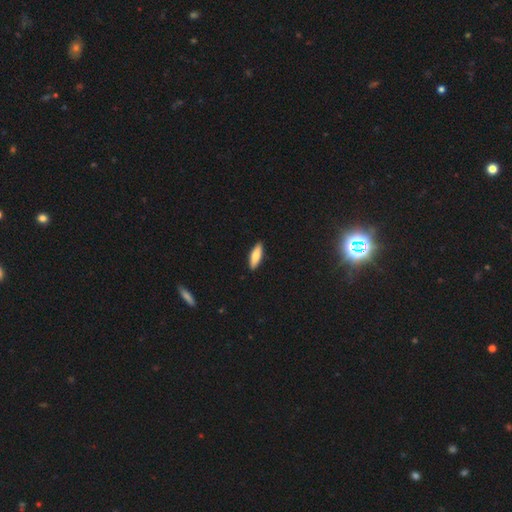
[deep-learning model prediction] smooth_or_featured: smooth (p=0.80) [alt: featured or disk p=0.15]
how_rounded: cigar-shaped (p=0.50) [alt: in between p=0.49]
merging: none (p=0.90) [alt: minor disturbance p=0.07]